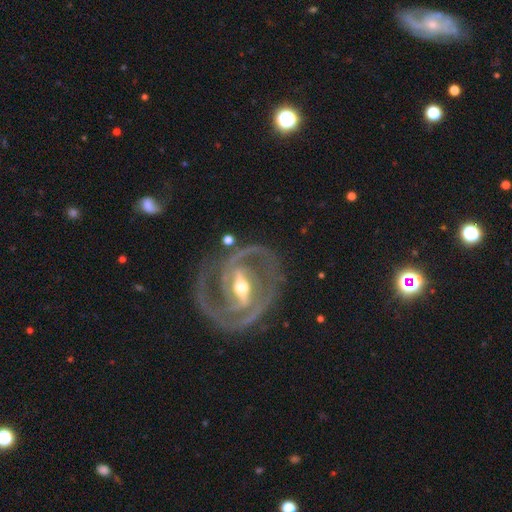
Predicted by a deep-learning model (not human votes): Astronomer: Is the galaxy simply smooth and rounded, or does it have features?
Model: featured or disk — 89%.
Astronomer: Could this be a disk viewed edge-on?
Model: no — 95%.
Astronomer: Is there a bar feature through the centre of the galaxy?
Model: strong — 58%.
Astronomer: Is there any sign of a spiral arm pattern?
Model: yes — 90%.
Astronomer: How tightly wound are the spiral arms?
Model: tight — 48% (runner-up: medium, 42%).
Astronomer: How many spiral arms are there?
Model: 2 — 77%.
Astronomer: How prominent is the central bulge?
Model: moderate — 58% (runner-up: small, 36%).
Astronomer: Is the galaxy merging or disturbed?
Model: none — 73%.